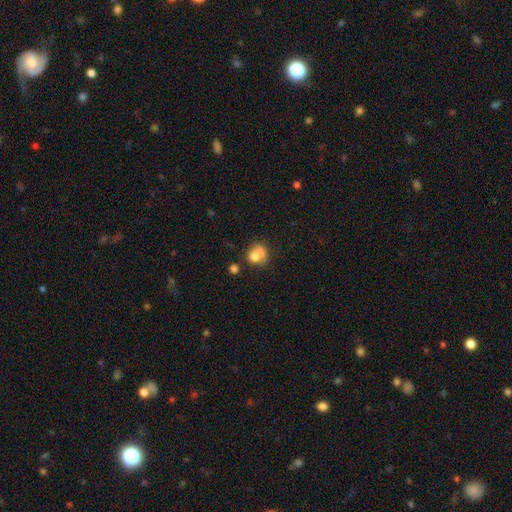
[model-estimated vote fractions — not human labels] This is likely a smooth galaxy (73%). How rounded: likely round (70%). Merging: marginally none (37%).